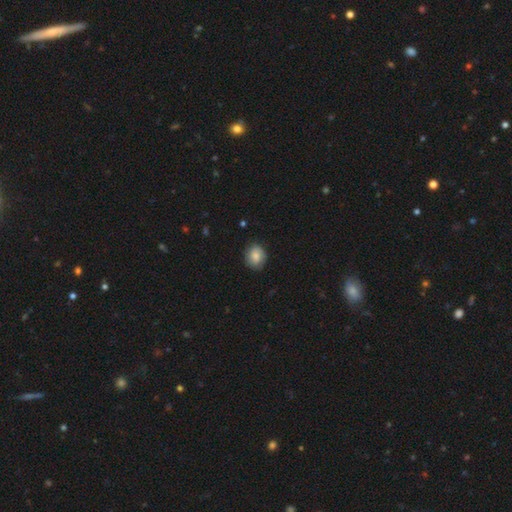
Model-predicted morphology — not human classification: Overall: smooth (82%). How rounded: round (71%). Merging: none (84%).